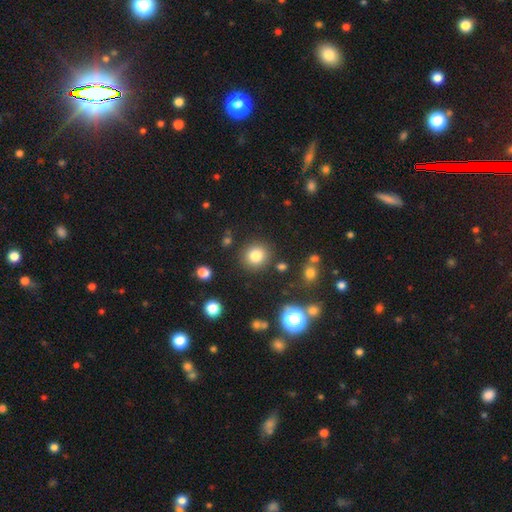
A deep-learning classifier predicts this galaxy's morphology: A smooth galaxy with no disk features (81%) that is round (88%). Merging: none (87%).